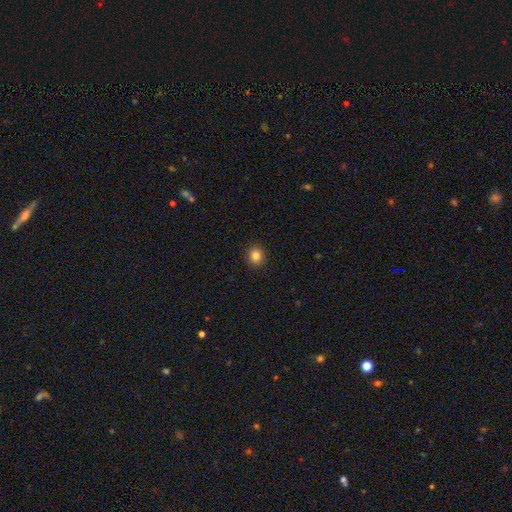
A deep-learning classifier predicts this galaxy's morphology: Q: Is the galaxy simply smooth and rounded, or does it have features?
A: smooth — 85%.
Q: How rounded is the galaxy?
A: round — 80%.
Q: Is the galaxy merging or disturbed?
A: none — 91%.